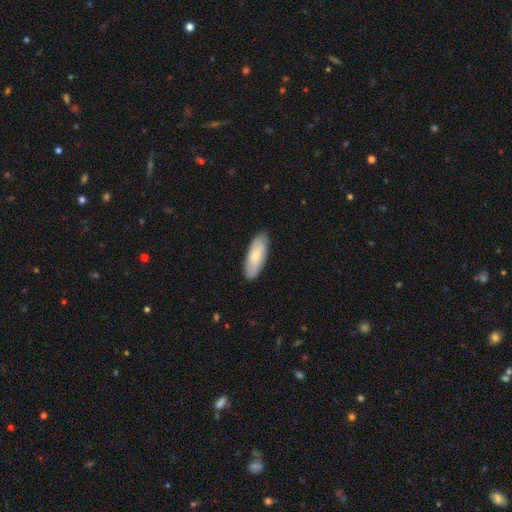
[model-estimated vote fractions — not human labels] A smooth galaxy with no disk features (69%) that is in between round and cigar-shaped (76%).

Vote fractions:
- Smooth or featured? smooth: 69% / featured or disk: 26% / star or artifact: 5%
- How rounded? in between: 76% / cigar-shaped: 22% / round: 2%
- Merging? none: 85% / minor disturbance: 12% / major disturbance: 2% / merger: 1%